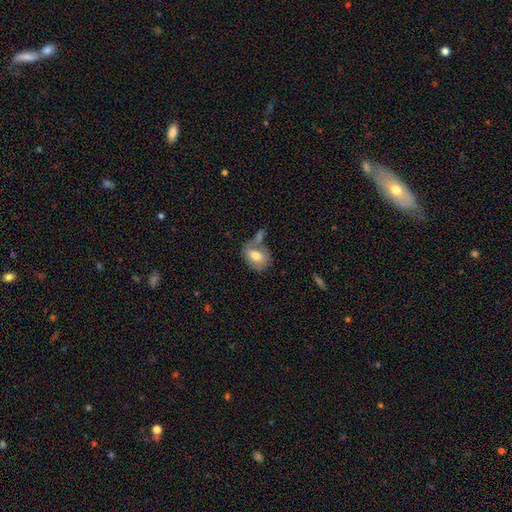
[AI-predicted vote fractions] The model was most divided on "merging": none: 44%, merger: 29%, minor disturbance: 18%, major disturbance: 9%. More confident: smooth or featured — smooth (72%); how rounded — in between (67%).